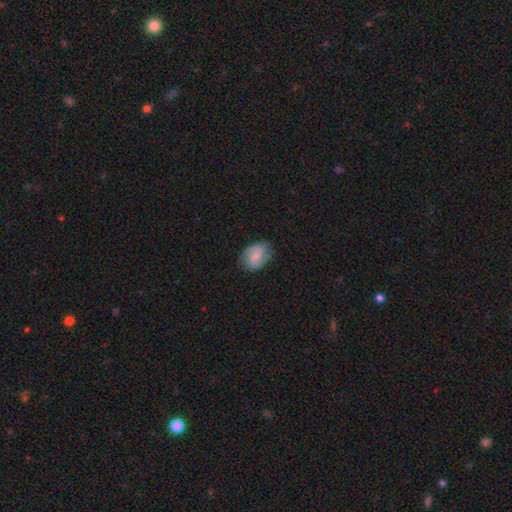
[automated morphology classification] Smooth or featured? featured or disk (54%)
Edge-on disk? no (97%)
Bar? weak (48%)
Spiral arms? yes (89%)
Bulge size? small (40%)
Merging? none (75%)